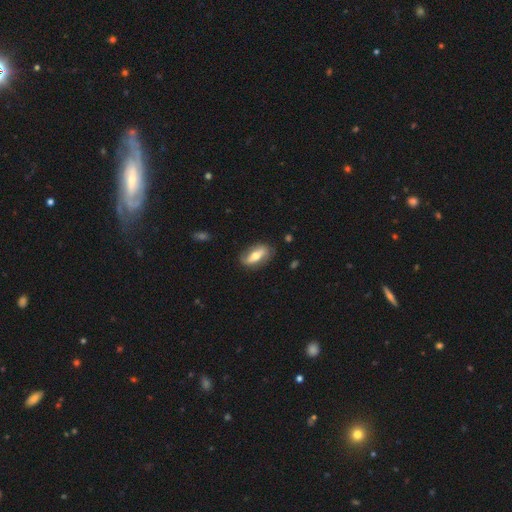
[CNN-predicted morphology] smooth_or_featured: featured or disk (p=0.53) [alt: smooth p=0.40]
disk_edge_on: no (p=0.79) [alt: yes p=0.21]
merging: none (p=0.76) [alt: minor disturbance p=0.17]